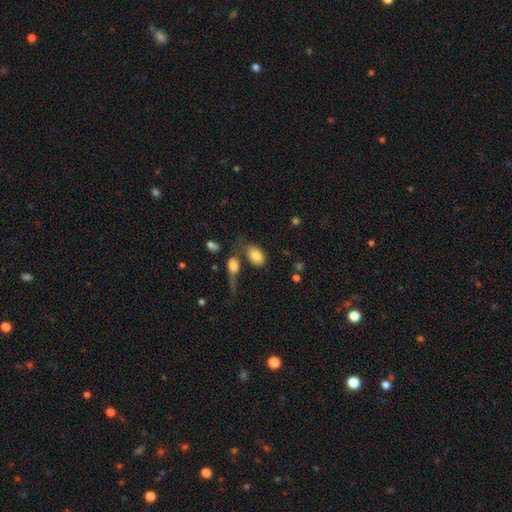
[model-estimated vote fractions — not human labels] Smooth or featured? Predicted: smooth (p=0.81). How rounded? Predicted: in between (p=0.87). Merging? Predicted: none (p=0.53).